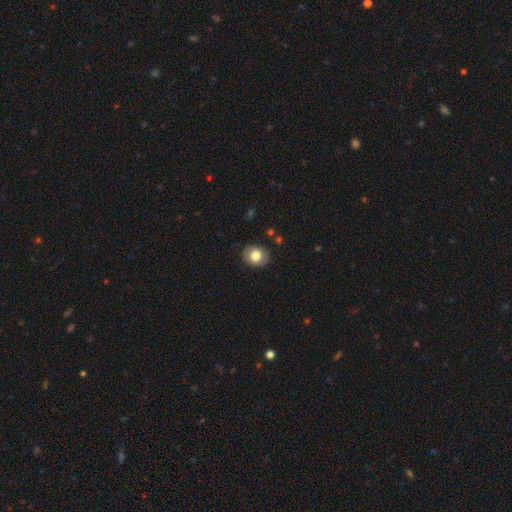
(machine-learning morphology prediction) smooth_or_featured: smooth (p=0.78) [alt: featured or disk p=0.14]
how_rounded: round (p=0.56) [alt: in between p=0.43]
merging: none (p=0.88) [alt: minor disturbance p=0.09]